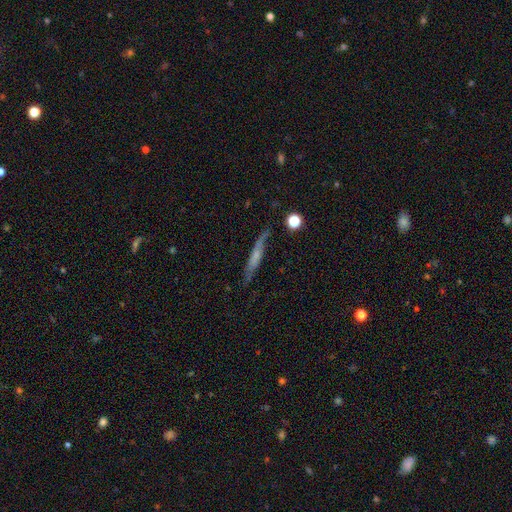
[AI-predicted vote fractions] Q: Smooth or featured?
A: featured or disk (55%); runner-up: smooth (36%)
Q: Edge-on disk?
A: yes (78%); runner-up: no (22%)
Q: Merging?
A: none (72%); runner-up: minor disturbance (19%)